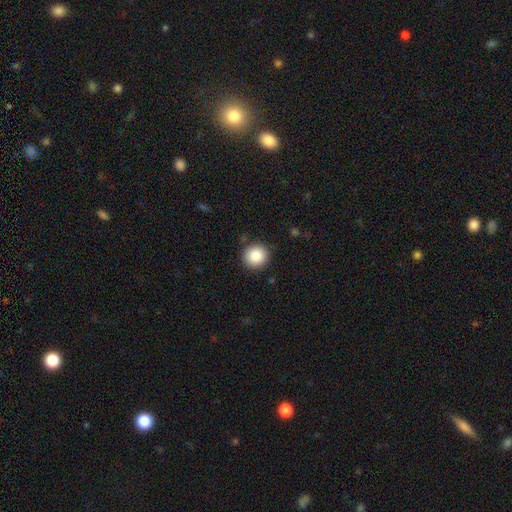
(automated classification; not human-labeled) smooth_or_featured: smooth (p=0.86) [alt: star or artifact p=0.09]
how_rounded: round (p=0.92) [alt: in between p=0.07]
merging: none (p=0.89) [alt: minor disturbance p=0.08]